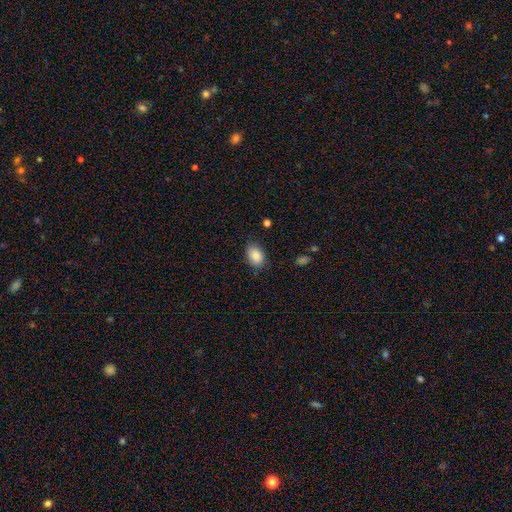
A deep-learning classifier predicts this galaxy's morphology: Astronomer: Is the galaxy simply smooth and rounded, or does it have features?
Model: smooth — 87%.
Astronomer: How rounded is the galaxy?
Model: in between — 80%.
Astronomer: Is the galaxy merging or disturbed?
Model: none — 78%.